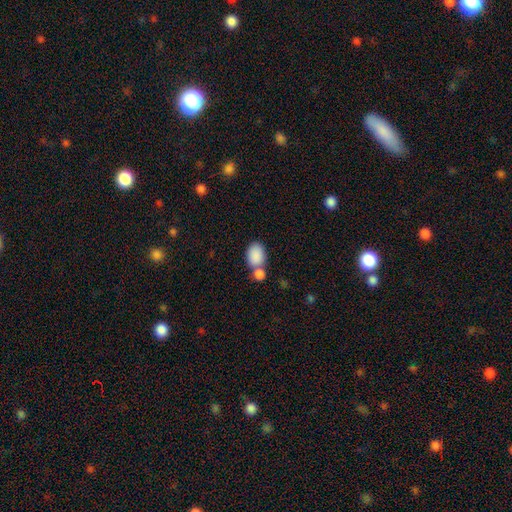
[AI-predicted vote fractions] smooth_or_featured: smooth (p=0.87) [alt: star or artifact p=0.07]
how_rounded: in between (p=0.74) [alt: round p=0.25]
merging: none (p=0.45) [alt: merger p=0.40]